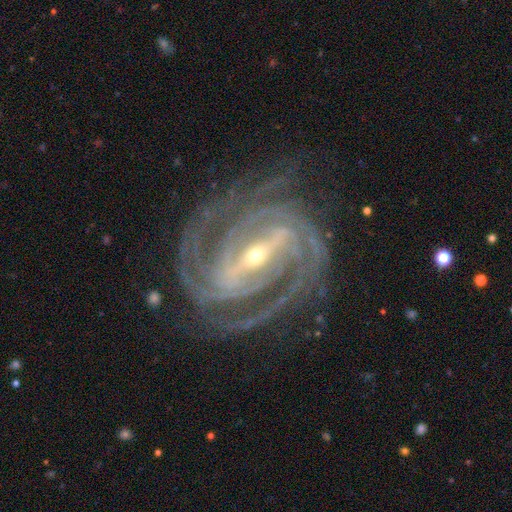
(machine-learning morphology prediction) The model was most divided on "spiral arm count": 2: 28%, 4: 21%, 3: 20%, can't tell: 13%, more than 4: 11%, 1: 7%. More confident: spiral arms — yes (98%); edge-on disk — no (97%); smooth or featured — featured or disk (93%); bulge size — small (76%); merging — none (75%); bar — strong (74%); spiral winding — tight (66%).